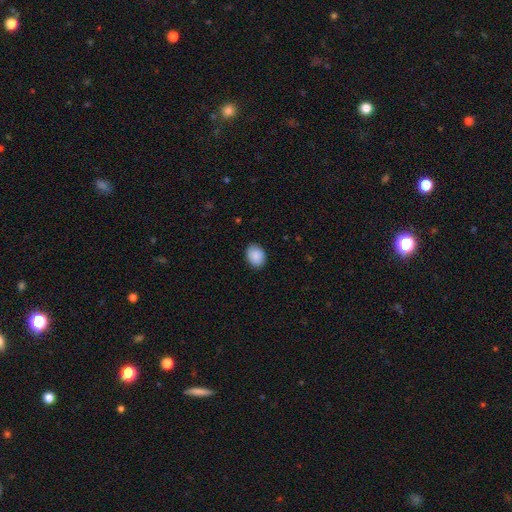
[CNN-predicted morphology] type=smooth (88%); roundness=in between (64%); merging=none (85%).